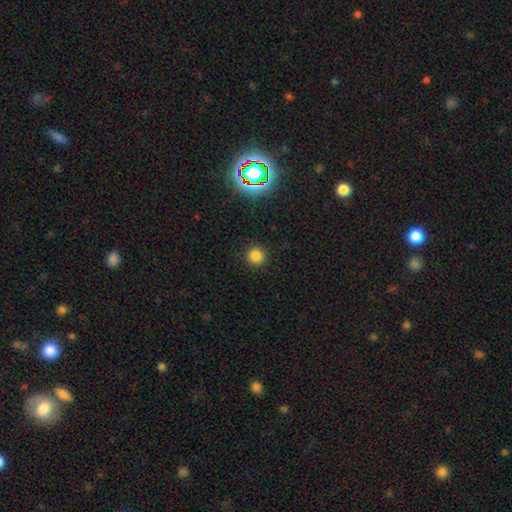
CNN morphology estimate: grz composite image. It shows a smooth galaxy with no disk features (81%) that is round (94%). Merging: none (91%).